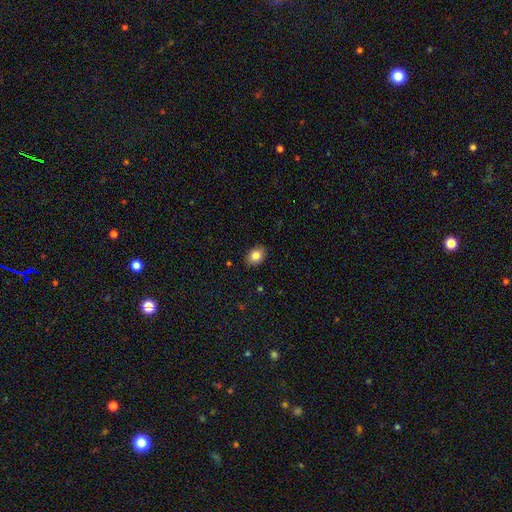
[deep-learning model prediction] Smooth or featured? smooth (84%)
How rounded? in between (67%)
Merging? none (88%)